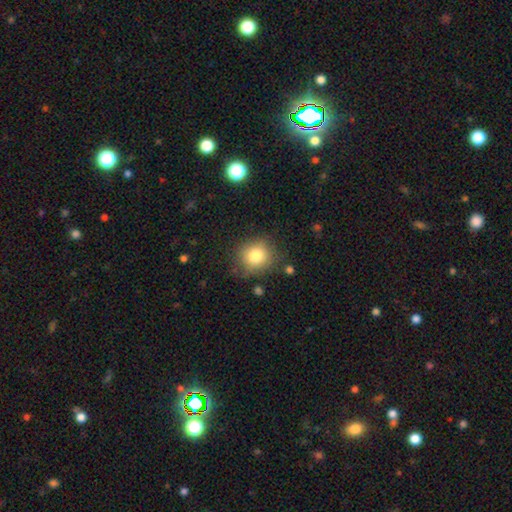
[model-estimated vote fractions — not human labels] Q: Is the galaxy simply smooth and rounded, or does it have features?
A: smooth — 80%.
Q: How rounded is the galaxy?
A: round — 84%.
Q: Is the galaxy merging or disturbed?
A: none — 80%.